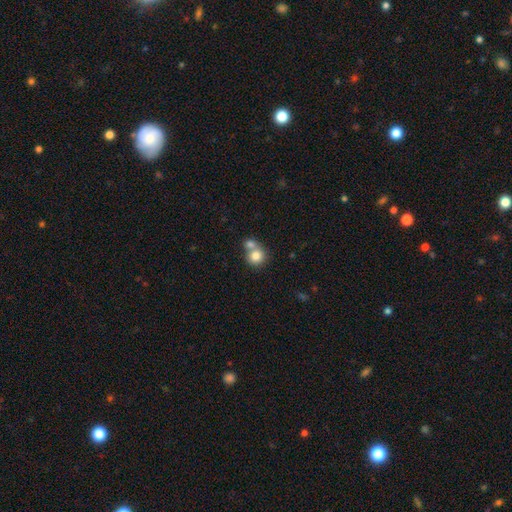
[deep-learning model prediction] This appears to be a smooth galaxy with no disk features (79%) that is round (85%). Merging: merger (53%).